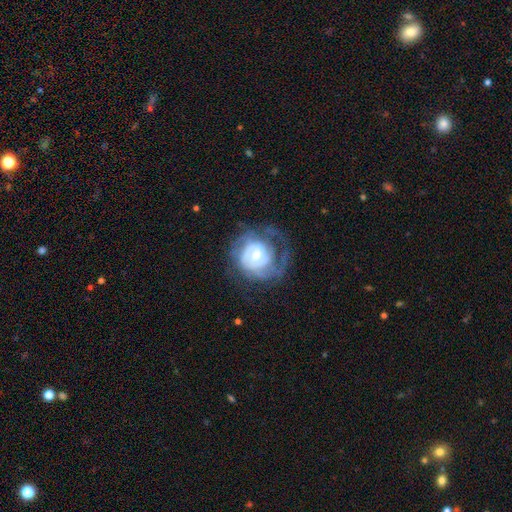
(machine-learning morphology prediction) type=featured or disk (75%); edge-on=no (98%); bar=no (50%); spiral arms=yes (82%); winding=tight (56%); arm count=can't tell (45%); bulge=moderate (43%); merging=none (51%).